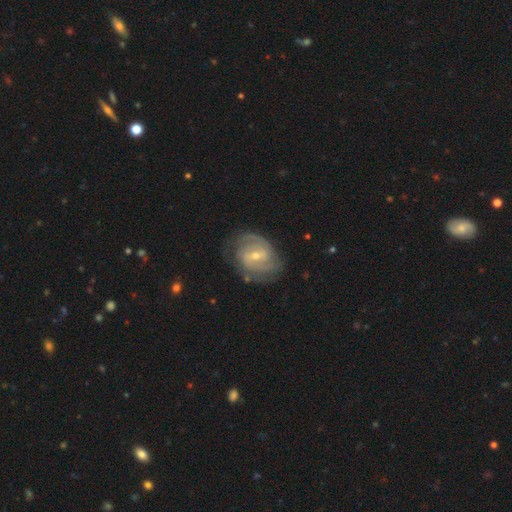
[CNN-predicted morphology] smooth_or_featured: featured or disk (p=0.86) [alt: smooth p=0.09]
disk_edge_on: no (p=0.97) [alt: yes p=0.03]
bar: weak (p=0.53) [alt: strong p=0.26]
has_spiral_arms: yes (p=0.95) [alt: no p=0.05]
spiral_winding: tight (p=0.50) [alt: medium p=0.40]
spiral_arm_count: 2 (p=0.63) [alt: can't tell p=0.16]
bulge_size: small (p=0.62) [alt: moderate p=0.35]
merging: none (p=0.77) [alt: minor disturbance p=0.16]